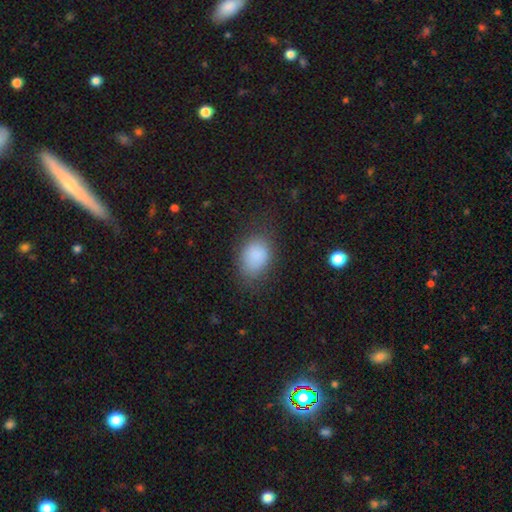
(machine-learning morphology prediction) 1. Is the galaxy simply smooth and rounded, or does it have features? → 86% smooth, 9% star or artifact, 5% featured or disk.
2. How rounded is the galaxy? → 72% in between, 27% round, 1% cigar-shaped.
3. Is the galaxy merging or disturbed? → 70% none, 20% minor disturbance, 9% major disturbance, 1% merger.